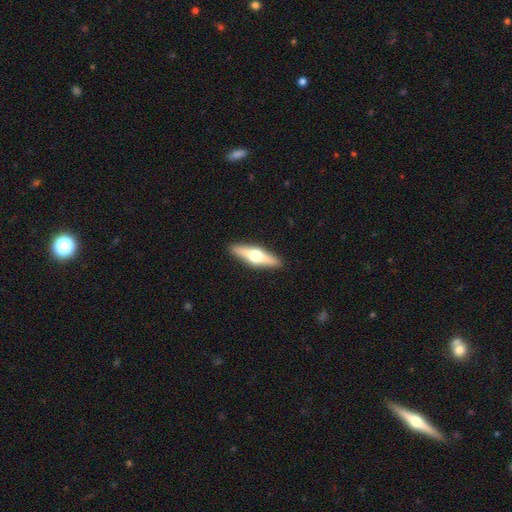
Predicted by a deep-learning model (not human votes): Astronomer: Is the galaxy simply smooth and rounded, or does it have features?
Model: featured or disk — 58% (runner-up: smooth, 37%).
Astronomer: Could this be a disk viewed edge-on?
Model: yes — 94%.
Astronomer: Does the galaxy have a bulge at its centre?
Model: rounded — 96%.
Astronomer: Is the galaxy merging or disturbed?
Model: none — 91%.